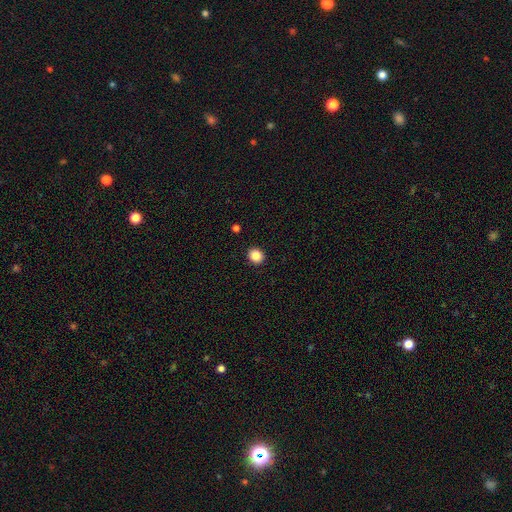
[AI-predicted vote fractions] Overall: smooth (87%). How rounded: round (82%). Merging: none (92%).